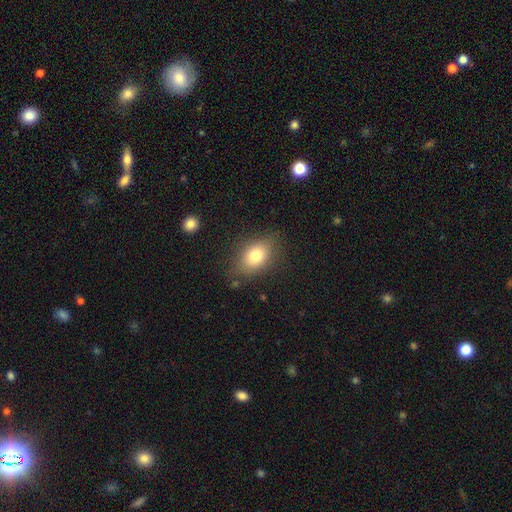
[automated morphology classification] Overall: smooth (77%). How rounded: in between (79%). Merging: none (77%).